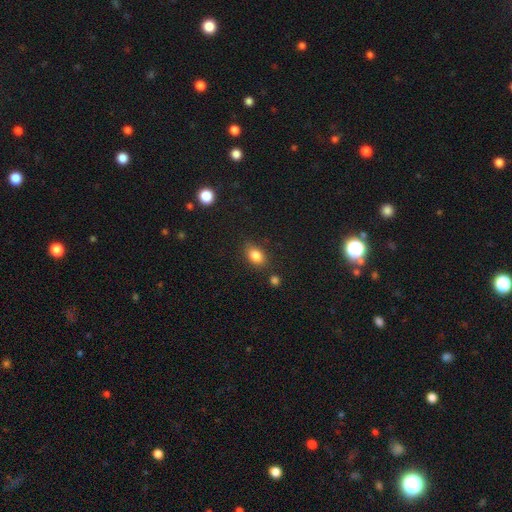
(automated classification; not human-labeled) This appears to be a smooth galaxy with no disk features (84%) that is in between round and cigar-shaped (80%). Merging: none (78%).